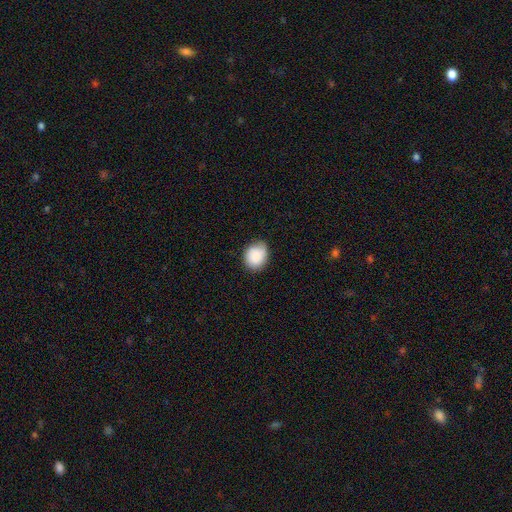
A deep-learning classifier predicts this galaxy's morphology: smooth_or_featured: smooth (p=0.89) [alt: star or artifact p=0.07]
how_rounded: round (p=0.57) [alt: in between p=0.42]
merging: none (p=0.78) [alt: minor disturbance p=0.18]